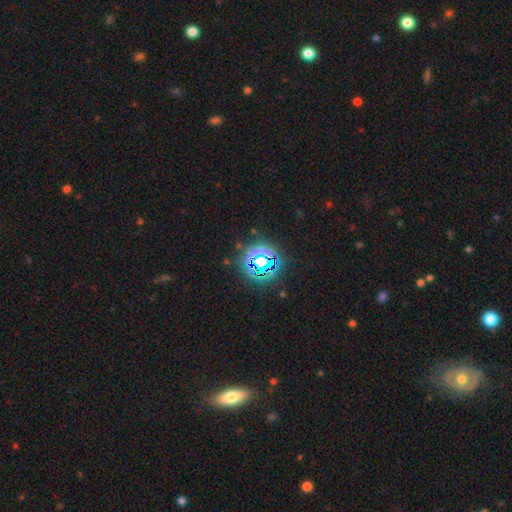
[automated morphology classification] A star or artifact, not a galaxy (78%).

Vote fractions:
- Smooth or featured? star or artifact: 78% / smooth: 15% / featured or disk: 8%